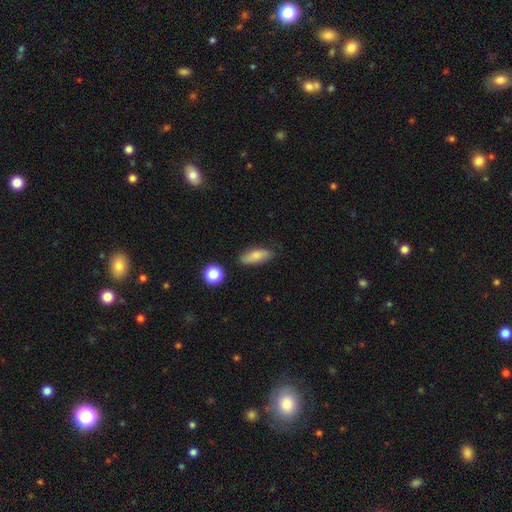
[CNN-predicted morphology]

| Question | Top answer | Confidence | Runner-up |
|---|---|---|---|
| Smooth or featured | smooth | 80% | featured or disk (13%) |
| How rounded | in between | 67% | cigar-shaped (29%) |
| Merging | none | 74% | minor disturbance (19%) |